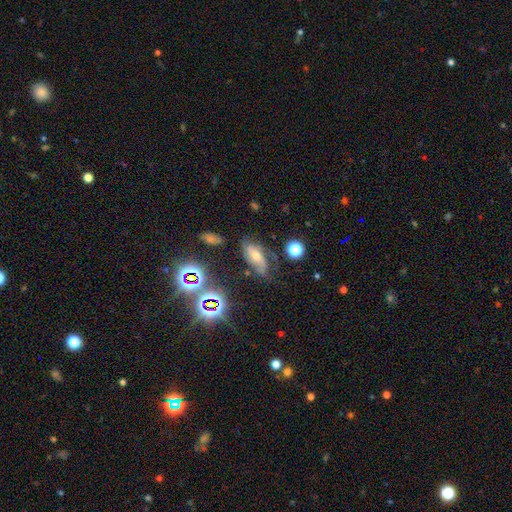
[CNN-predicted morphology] featured or disk 53%, star or artifact 24%, smooth 23%. Down the decision tree: edge-on disk — no (88%); merging — none (57%).